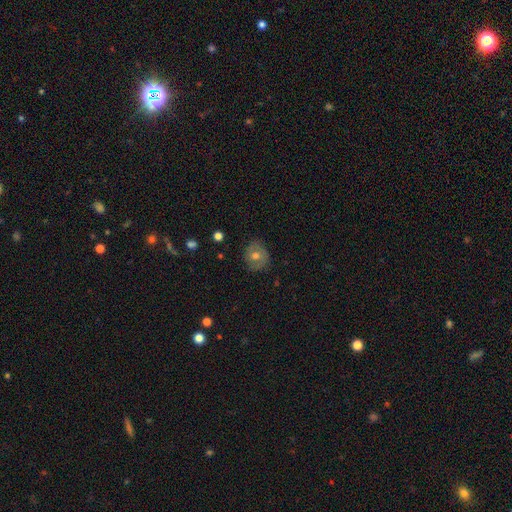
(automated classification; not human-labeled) Smooth or featured?
  - smooth: 53% *
  - featured or disk: 35%
  - star or artifact: 12%
How rounded?
  - round: 73% *
  - in between: 26%
  - cigar-shaped: 1%
Merging?
  - none: 79% *
  - minor disturbance: 15%
  - major disturbance: 4%
  - merger: 1%